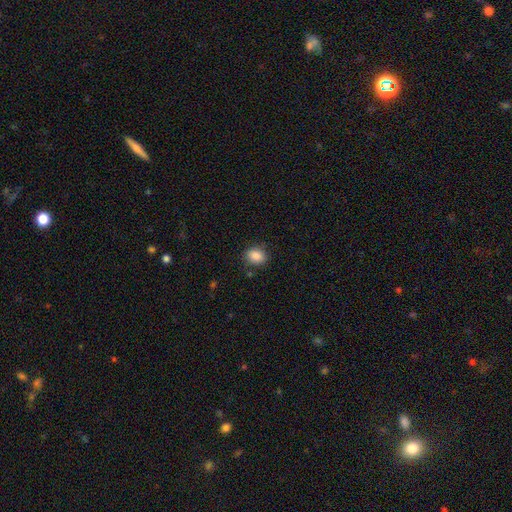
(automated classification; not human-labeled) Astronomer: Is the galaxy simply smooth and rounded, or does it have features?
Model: smooth — 87%.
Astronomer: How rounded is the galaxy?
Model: in between — 50% (runner-up: round, 49%).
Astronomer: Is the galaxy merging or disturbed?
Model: none — 84%.